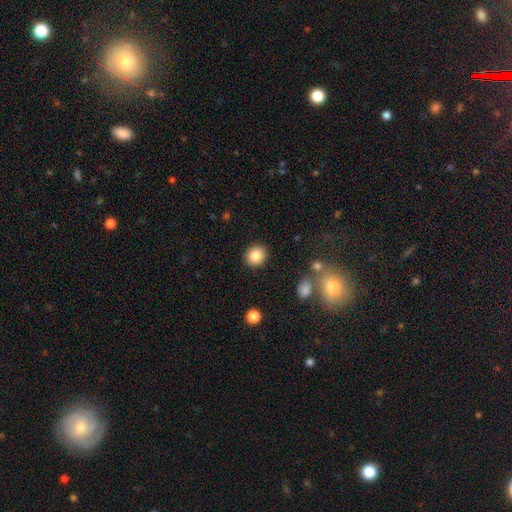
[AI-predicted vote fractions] A smooth galaxy with no disk features (85%) that is round (80%).

Vote fractions:
- Smooth or featured? smooth: 85% / star or artifact: 9% / featured or disk: 6%
- How rounded? round: 80% / in between: 19% / cigar-shaped: 1%
- Merging? none: 89% / minor disturbance: 7% / major disturbance: 2% / merger: 2%